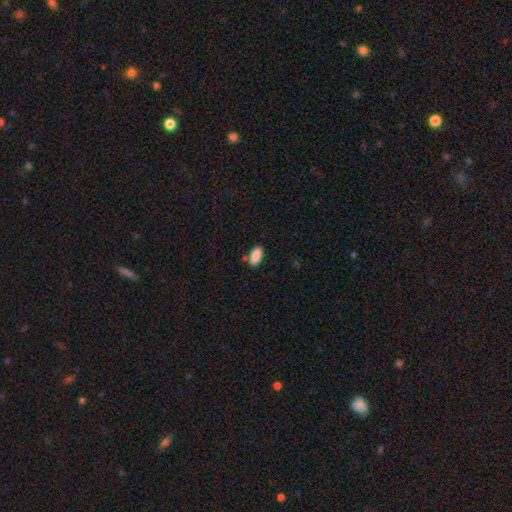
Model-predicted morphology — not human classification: type=smooth (88%); roundness=in between (91%); merging=none (75%).